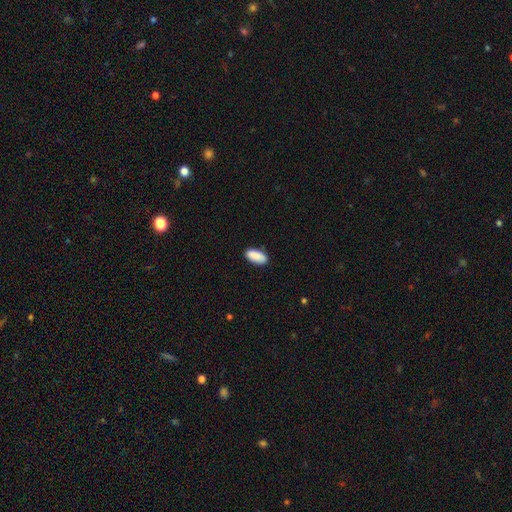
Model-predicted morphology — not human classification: A smooth galaxy with no disk features (89%) that is in between round and cigar-shaped (91%).

Vote fractions:
- Smooth or featured? smooth: 89% / star or artifact: 6% / featured or disk: 4%
- How rounded? in between: 91% / cigar-shaped: 7% / round: 2%
- Merging? none: 85% / minor disturbance: 12% / major disturbance: 2% / merger: 1%